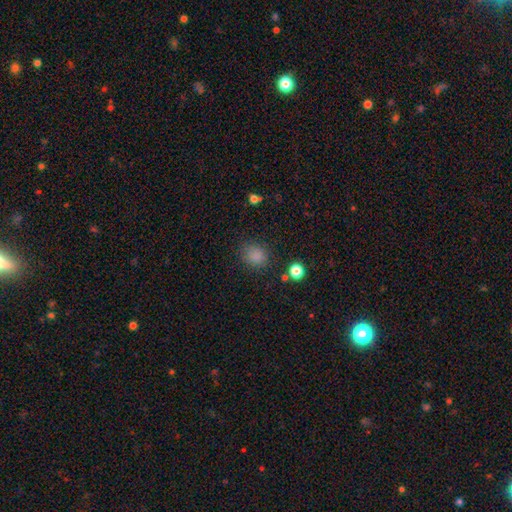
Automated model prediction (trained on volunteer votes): A smooth galaxy with no disk features (83%) that is round (73%).

Vote fractions:
- Smooth or featured? smooth: 83% / star or artifact: 13% / featured or disk: 4%
- How rounded? round: 73% / in between: 27% / cigar-shaped: 1%
- Merging? none: 81% / minor disturbance: 13% / major disturbance: 4% / merger: 2%